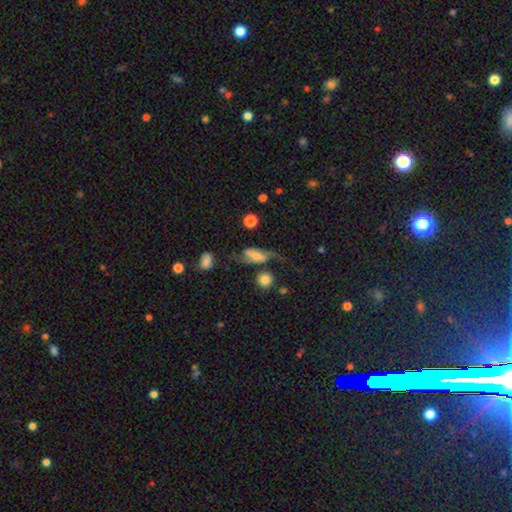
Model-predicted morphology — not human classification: Smooth or featured?
  - featured or disk: 60% *
  - smooth: 30%
  - star or artifact: 9%
Edge-on disk?
  - no: 88% *
  - yes: 12%
Bar?
  - weak: 36% *
  - no: 32%
  - strong: 32%
Spiral arms?
  - yes: 86% *
  - no: 14%
Bulge size?
  - small: 40% *
  - moderate: 35%
  - none: 12%
  - large: 10%
  - dominant: 3%
Merging?
  - none: 44% *
  - major disturbance: 26%
  - minor disturbance: 22%
  - merger: 7%